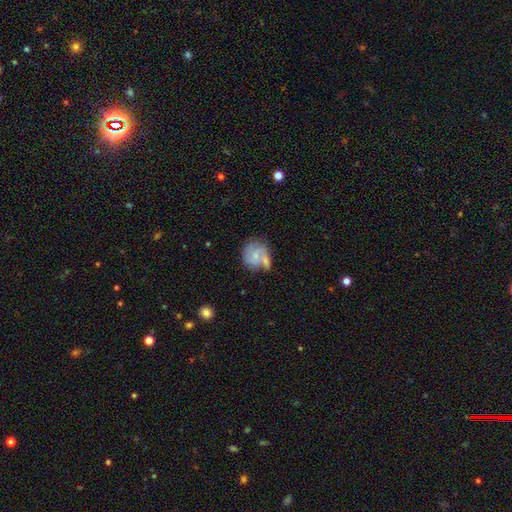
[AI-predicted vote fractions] Smooth or featured? smooth (49%)
Merging? none (35%)